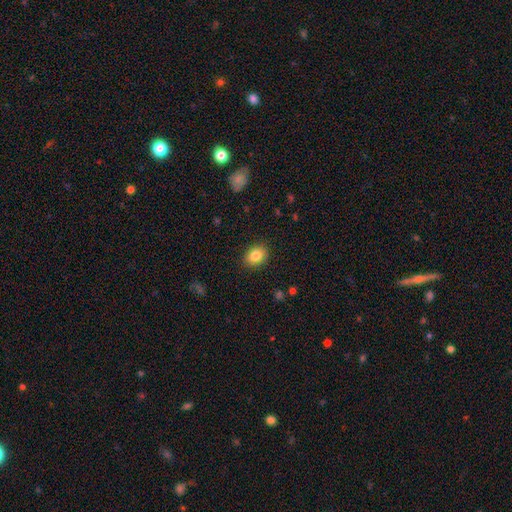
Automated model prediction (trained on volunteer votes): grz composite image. It shows a smooth galaxy with no disk features (84%) that is in between round and cigar-shaped (65%). Merging: none (89%).